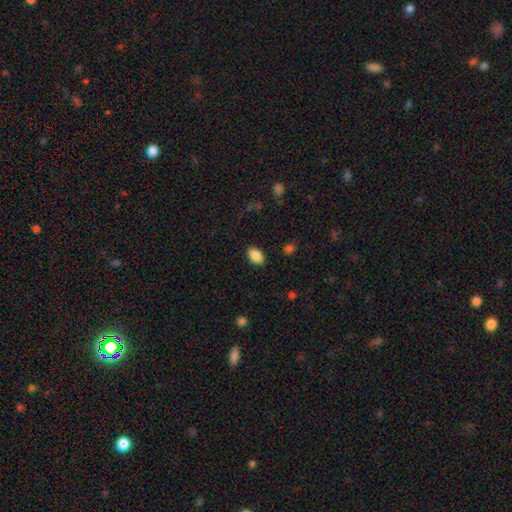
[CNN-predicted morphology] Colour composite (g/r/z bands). It shows a smooth galaxy with no disk features (88%) that is in between round and cigar-shaped (90%). Merging: none (87%).